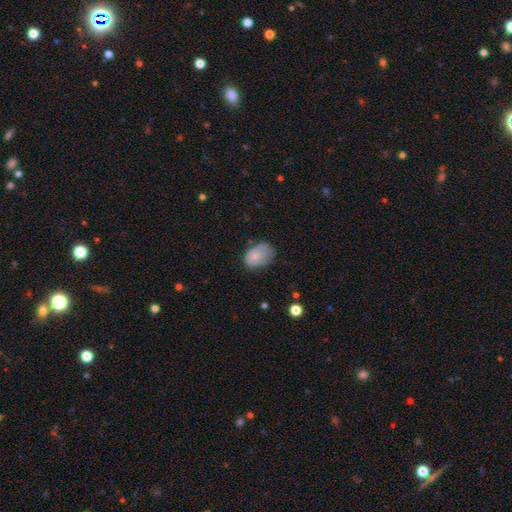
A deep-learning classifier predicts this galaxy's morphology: This appears to be a smooth galaxy with no disk features (74%) that is in between round and cigar-shaped (81%). Merging: none (46%).